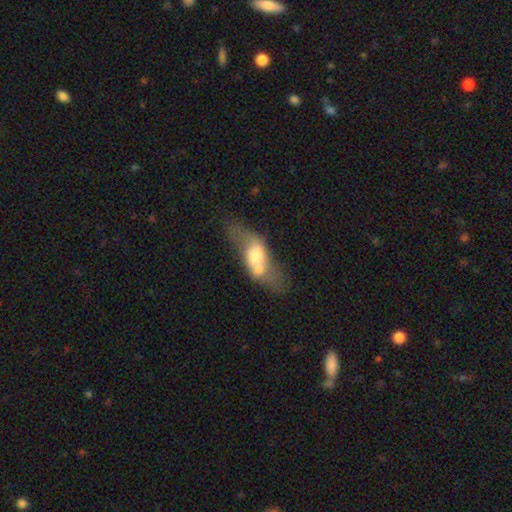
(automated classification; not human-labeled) smooth 49%, featured or disk 44%, star or artifact 8%. Down the decision tree: merging — merger (45%).